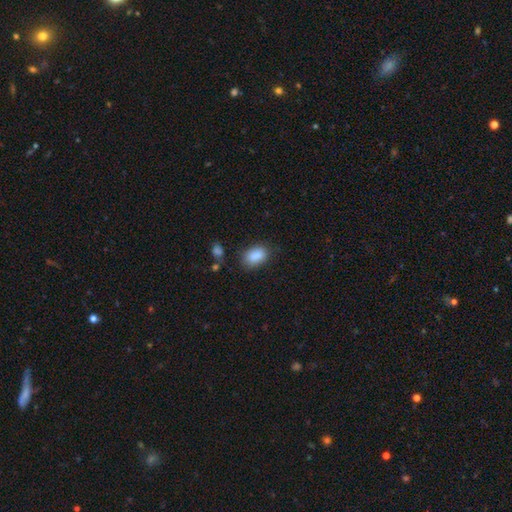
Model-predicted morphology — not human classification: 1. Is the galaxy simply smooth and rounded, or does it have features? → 88% smooth, 8% star or artifact, 4% featured or disk.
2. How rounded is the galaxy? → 87% in between, 12% round, 1% cigar-shaped.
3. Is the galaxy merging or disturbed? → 78% none, 15% minor disturbance, 4% major disturbance, 3% merger.